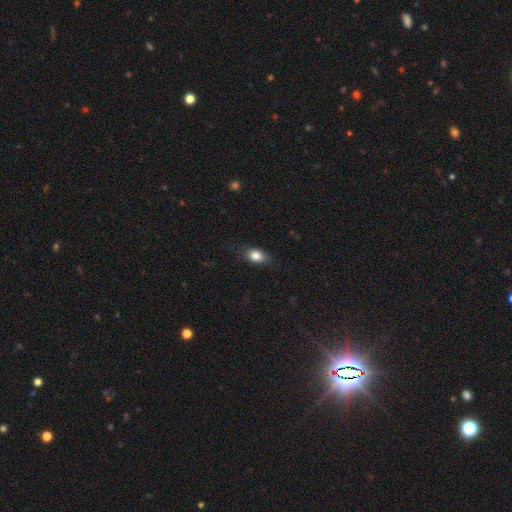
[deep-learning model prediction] A smooth galaxy with no disk features (82%) that is in between round and cigar-shaped (74%). Merging: none (74%).